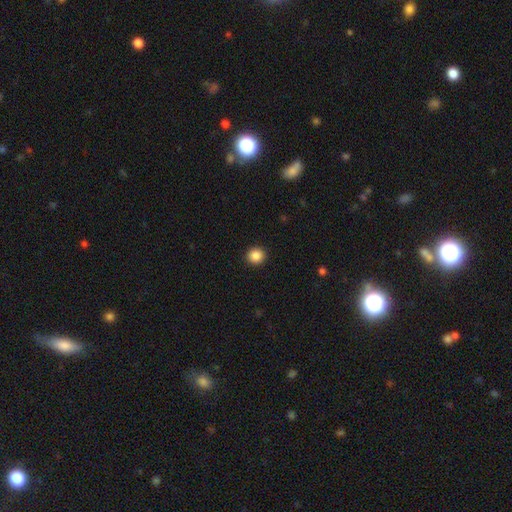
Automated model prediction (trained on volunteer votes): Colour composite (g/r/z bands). It shows a smooth galaxy with no disk features (87%) that is round (91%). Merging: none (93%).